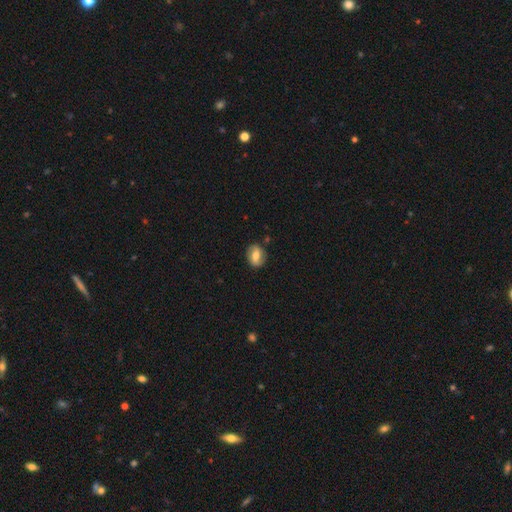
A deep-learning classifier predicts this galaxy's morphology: smooth_or_featured: smooth (p=0.49) [alt: featured or disk p=0.44]
merging: none (p=0.81) [alt: minor disturbance p=0.13]